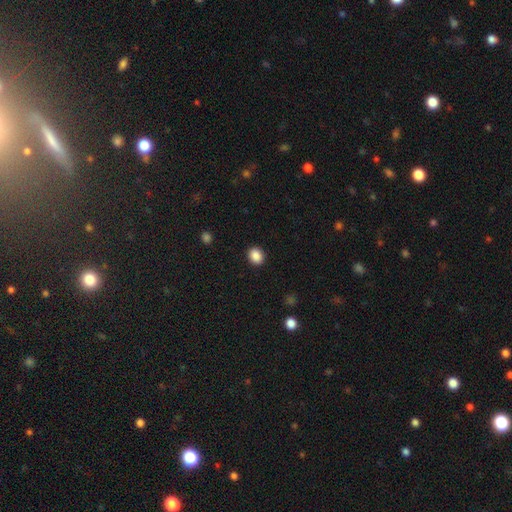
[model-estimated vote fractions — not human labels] A smooth galaxy with no disk features (88%) that is round (56%).

Vote fractions:
- Smooth or featured? smooth: 88% / star or artifact: 9% / featured or disk: 3%
- How rounded? round: 56% / in between: 43% / cigar-shaped: 1%
- Merging? none: 91% / minor disturbance: 6% / major disturbance: 2% / merger: 1%